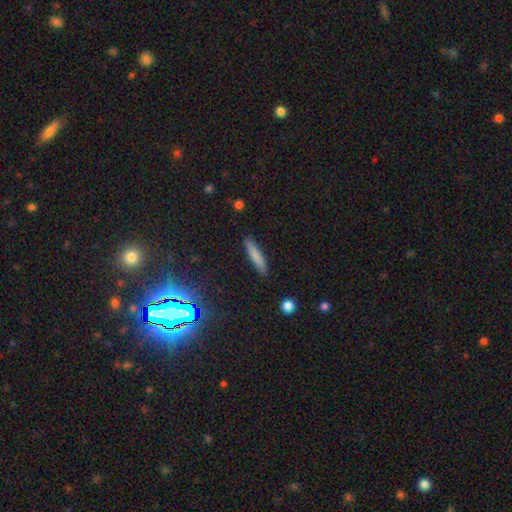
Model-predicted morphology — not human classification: A smooth galaxy with no disk features (78%) that is cigar-shaped (87%). Merging: none (89%).